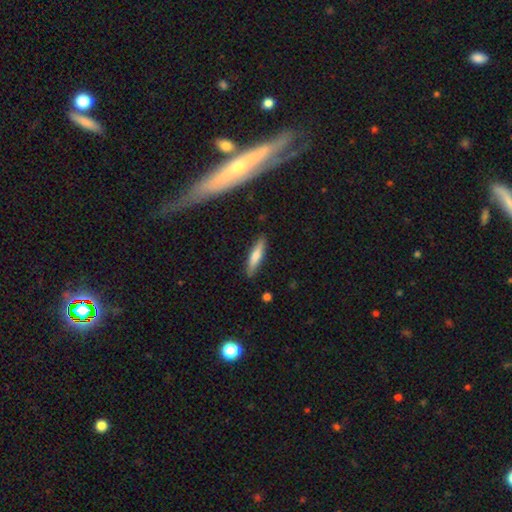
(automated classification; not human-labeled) Smooth or featured? smooth (67%)
How rounded? cigar-shaped (81%)
Merging? none (87%)